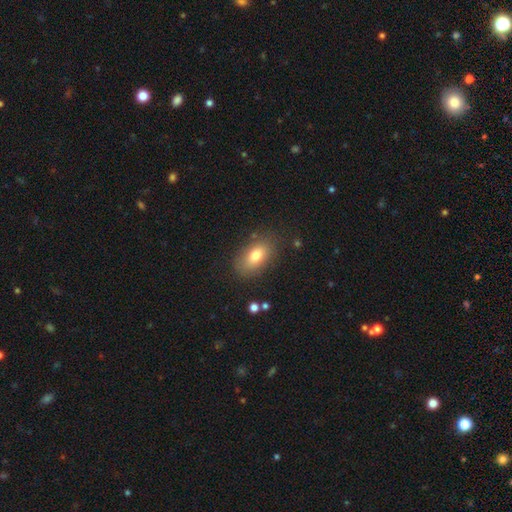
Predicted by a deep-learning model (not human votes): This is likely a smooth galaxy (77%). How rounded: clearly in between (88%). Merging: clearly none (81%).